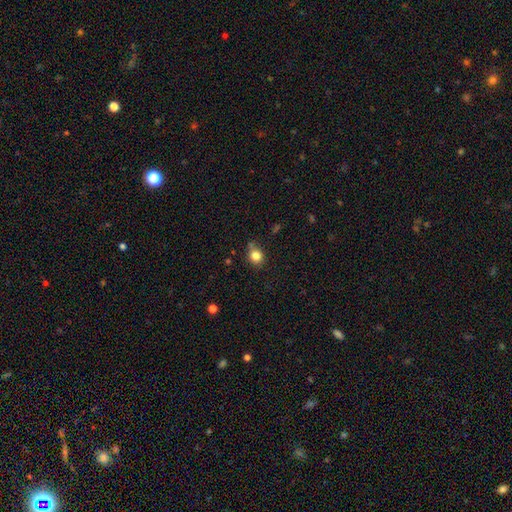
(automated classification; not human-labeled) A smooth galaxy with no disk features (83%) that is round (81%). Merging: none (74%).